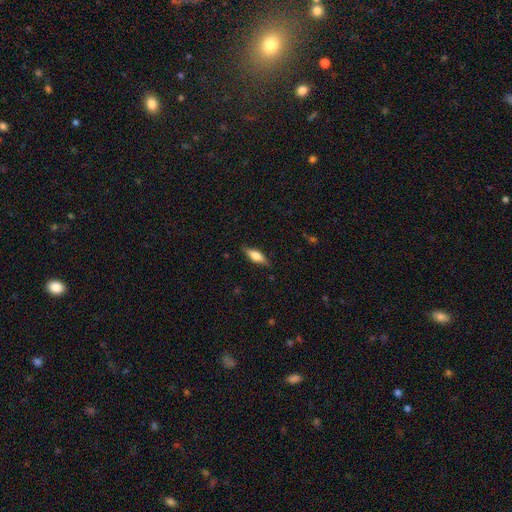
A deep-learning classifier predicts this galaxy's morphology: Smooth or featured: smooth — 61% (featured or disk — 33%)
How rounded: in between — 55% (cigar-shaped — 42%)
Merging: none — 83% (minor disturbance — 13%)